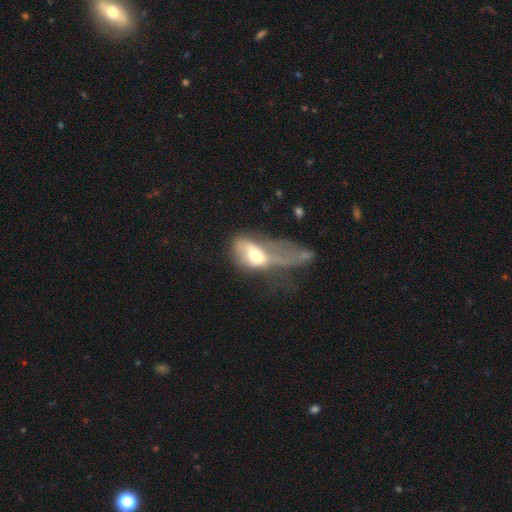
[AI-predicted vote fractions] Smooth or featured? smooth (54%)
How rounded? in between (81%)
Merging? major disturbance (63%)